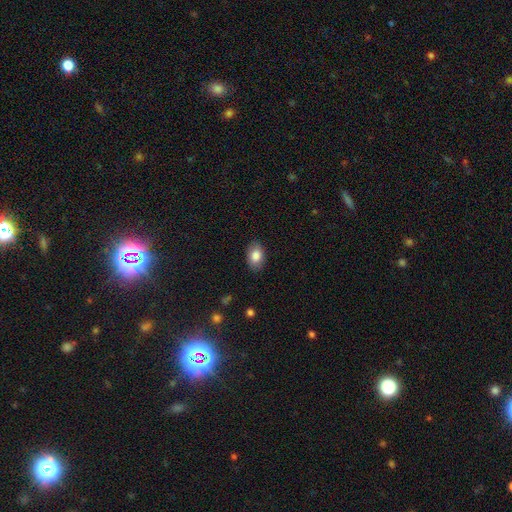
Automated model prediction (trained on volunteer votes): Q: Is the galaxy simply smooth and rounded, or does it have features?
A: smooth — 84%.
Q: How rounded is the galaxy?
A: in between — 88%.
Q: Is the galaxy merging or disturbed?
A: none — 86%.